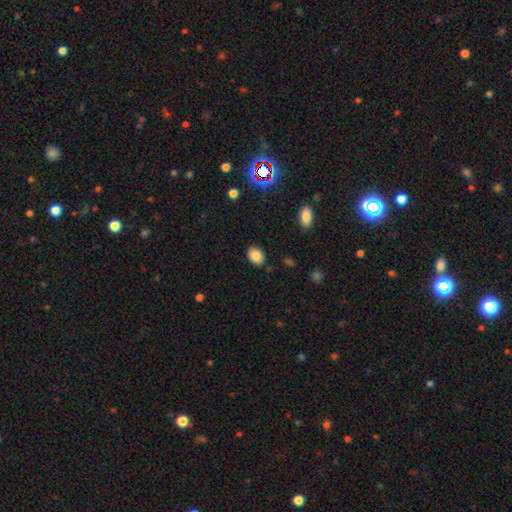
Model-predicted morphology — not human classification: type=smooth (86%); roundness=in between (69%); merging=none (87%).